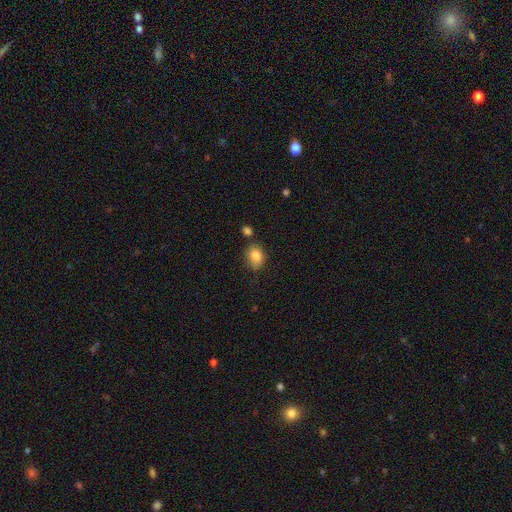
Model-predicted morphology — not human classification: Smooth or featured: smooth — 85% (star or artifact — 9%)
How rounded: in between — 63% (round — 36%)
Merging: none — 67% (minor disturbance — 20%)